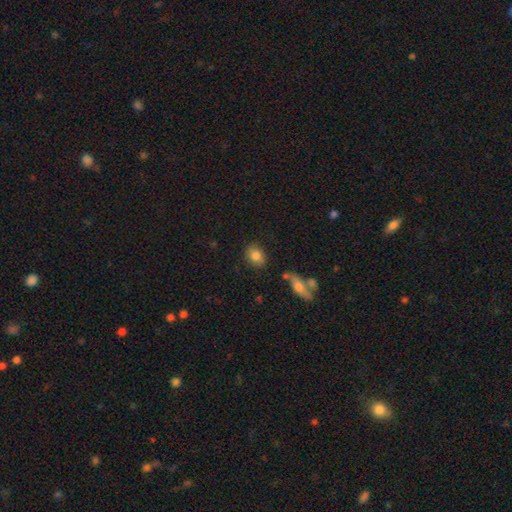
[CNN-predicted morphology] A smooth galaxy with no disk features (82%) that is in between round and cigar-shaped (55%). Merging: none (81%).